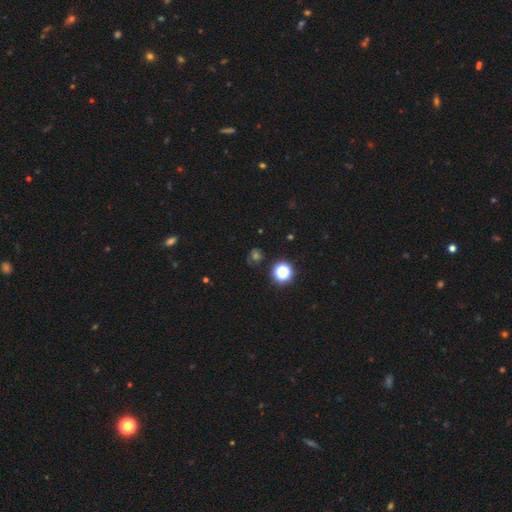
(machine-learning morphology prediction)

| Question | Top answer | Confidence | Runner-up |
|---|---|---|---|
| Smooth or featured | star or artifact | 51% | smooth (39%) |